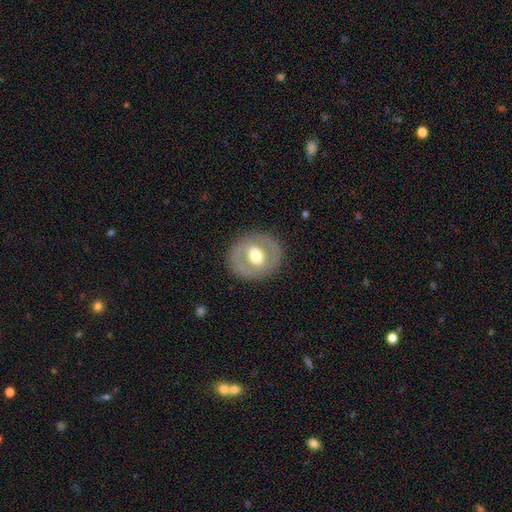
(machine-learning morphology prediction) smooth_or_featured: featured or disk (p=0.54) [alt: smooth p=0.39]
disk_edge_on: no (p=0.95) [alt: yes p=0.05]
bar: no (p=0.50) [alt: weak p=0.33]
has_spiral_arms: no (p=0.80) [alt: yes p=0.20]
bulge_size: moderate (p=0.62) [alt: large p=0.29]
merging: none (p=0.85) [alt: minor disturbance p=0.09]